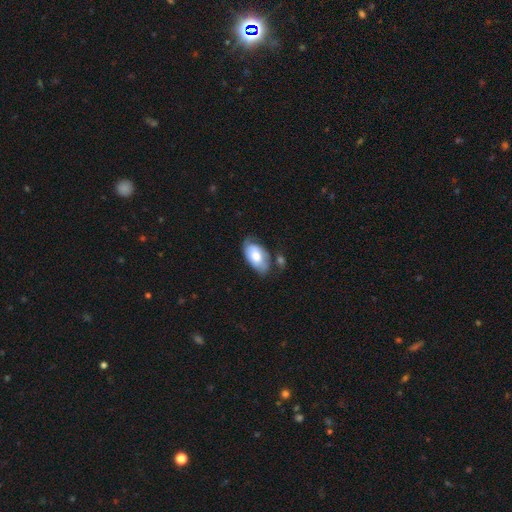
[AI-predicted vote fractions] A smooth galaxy with no disk features (69%) that is in between round and cigar-shaped (94%). Merging: none (48%).